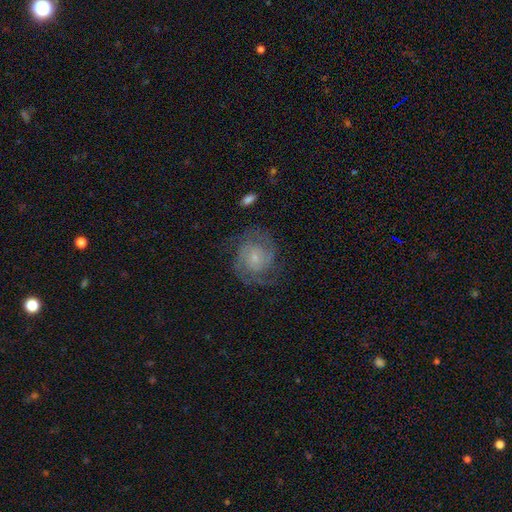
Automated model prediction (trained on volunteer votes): This appears to be a featured or disk galaxy (81%) with no bar (70%), 2 (63%) tight (51%) spiral arms (95%) and a small central bulge (74%). Merging: none (74%).